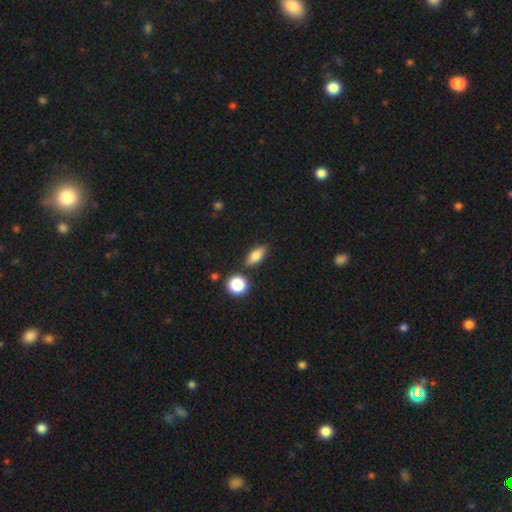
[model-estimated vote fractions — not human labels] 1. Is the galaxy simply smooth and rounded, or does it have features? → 76% smooth, 15% featured or disk, 9% star or artifact.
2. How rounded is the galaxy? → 72% in between, 18% cigar-shaped, 10% round.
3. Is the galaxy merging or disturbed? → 82% none, 11% minor disturbance, 5% merger, 3% major disturbance.